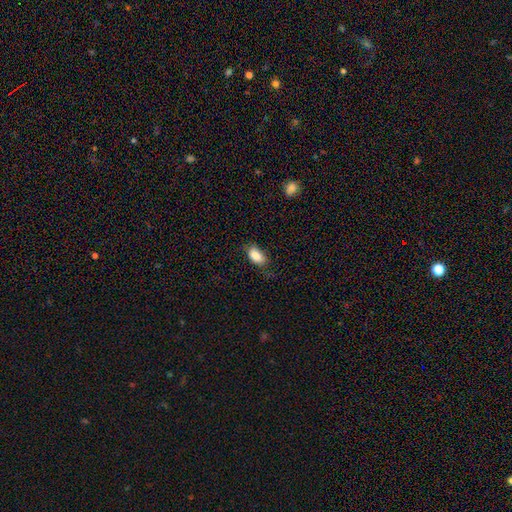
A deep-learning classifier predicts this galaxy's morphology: This appears to be a smooth galaxy with no disk features (85%) that is in between round and cigar-shaped (91%). Merging: none (66%).